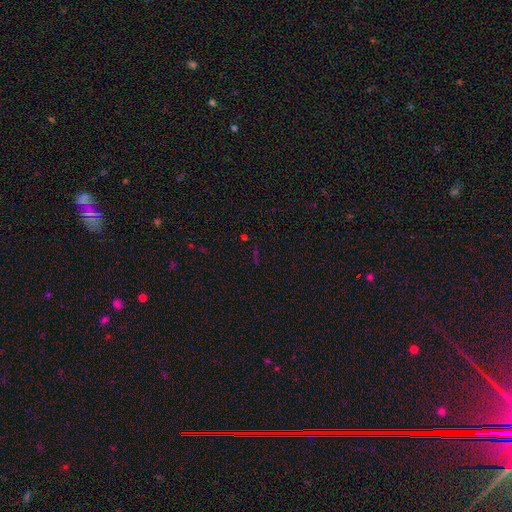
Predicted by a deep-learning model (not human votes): Overall: star or artifact (65%).